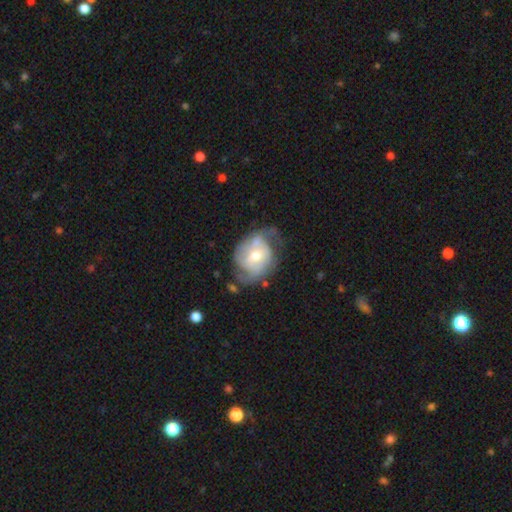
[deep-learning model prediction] Smooth or featured? featured or disk (75%)
Edge-on disk? no (97%)
Bar? no (52%)
Spiral arms? yes (85%)
Spiral winding? medium (41%)
Spiral arm count? 2 (60%)
Bulge size? moderate (63%)
Merging? none (51%)